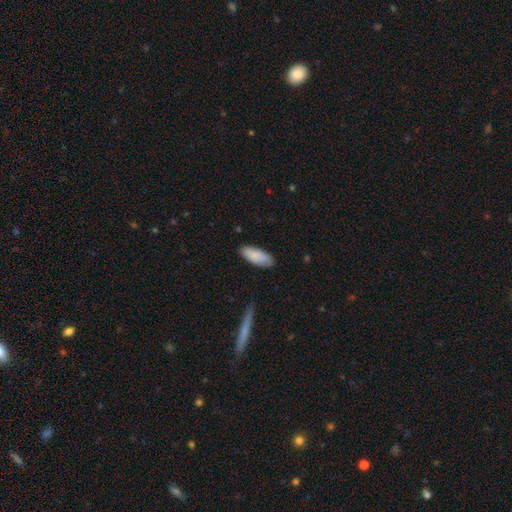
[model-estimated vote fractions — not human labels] Morphology: type=smooth (85%); roundness=in between (77%); merging=none (84%).